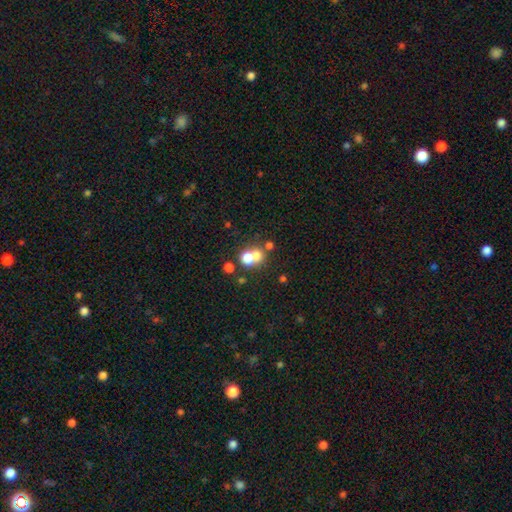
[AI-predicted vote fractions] Smooth or featured?
  - smooth: 69% *
  - featured or disk: 16%
  - star or artifact: 16%
How rounded?
  - round: 79% *
  - in between: 20%
  - cigar-shaped: 1%
Merging?
  - merger: 53% *
  - none: 37%
  - minor disturbance: 6%
  - major disturbance: 4%